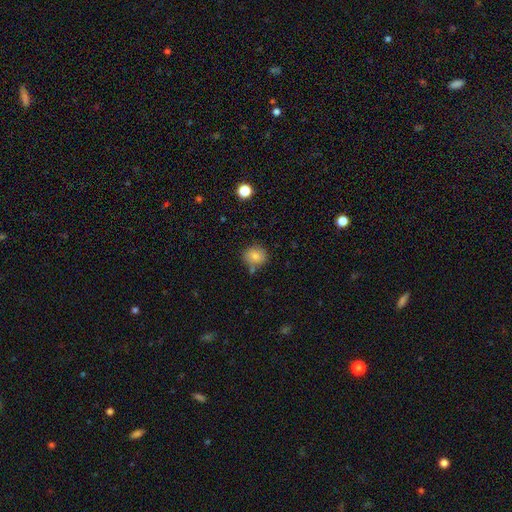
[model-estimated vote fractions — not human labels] A smooth galaxy with no disk features (81%) that is round (74%).

Vote fractions:
- Smooth or featured? smooth: 81% / star or artifact: 10% / featured or disk: 9%
- How rounded? round: 74% / in between: 25% / cigar-shaped: 1%
- Merging? none: 75% / minor disturbance: 14% / merger: 8% / major disturbance: 3%